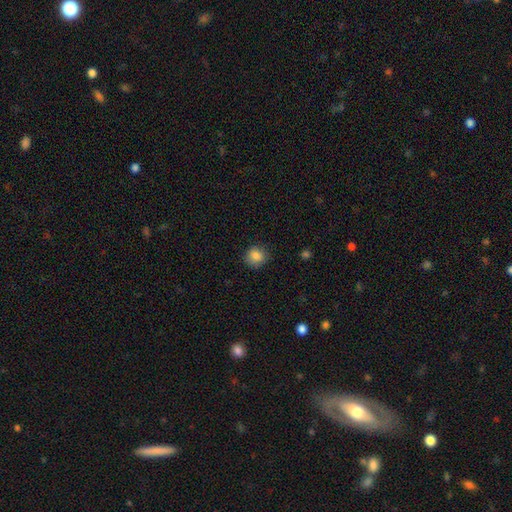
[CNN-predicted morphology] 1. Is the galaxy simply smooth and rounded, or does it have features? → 86% smooth, 10% star or artifact, 4% featured or disk.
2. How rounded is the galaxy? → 83% round, 16% in between, 1% cigar-shaped.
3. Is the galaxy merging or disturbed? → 85% none, 12% minor disturbance, 3% major disturbance, 1% merger.